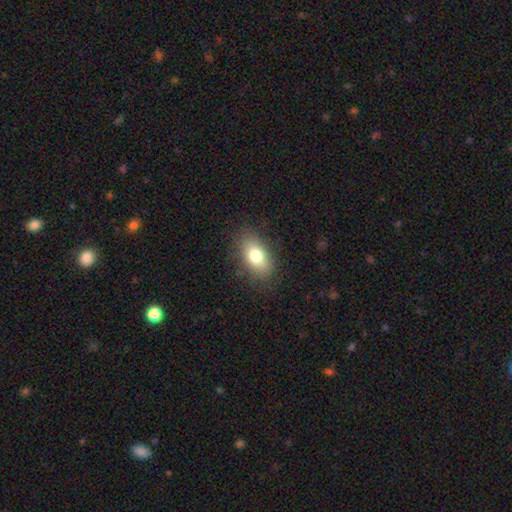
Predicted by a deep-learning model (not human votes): Smooth or featured? smooth (79%)
How rounded? in between (89%)
Merging? none (83%)